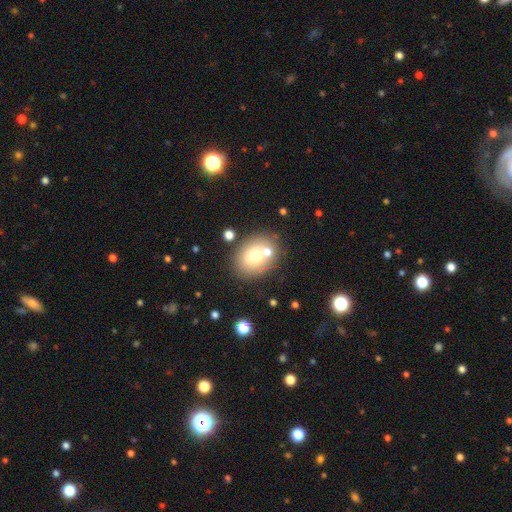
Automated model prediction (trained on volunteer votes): smooth_or_featured: smooth (p=0.66) [alt: featured or disk p=0.22]
how_rounded: in between (p=0.56) [alt: round p=0.43]
merging: none (p=0.64) [alt: merger p=0.19]